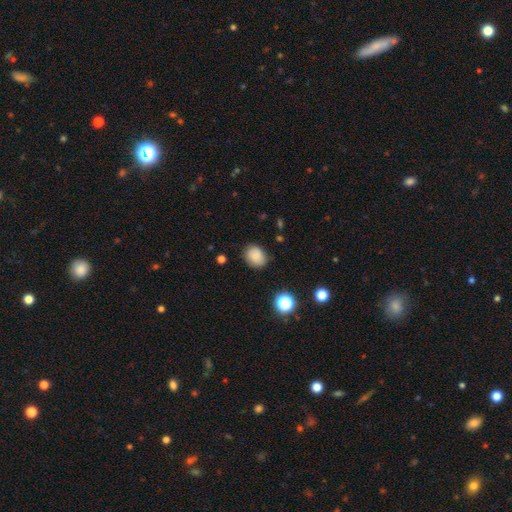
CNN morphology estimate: smooth-or-featured: smooth: 84% | star or artifact: 10% | featured or disk: 6%
  how-rounded: round: 50% | in between: 49% | cigar-shaped: 1%
  merging: none: 80% | minor disturbance: 15% | major disturbance: 4% | merger: 2%